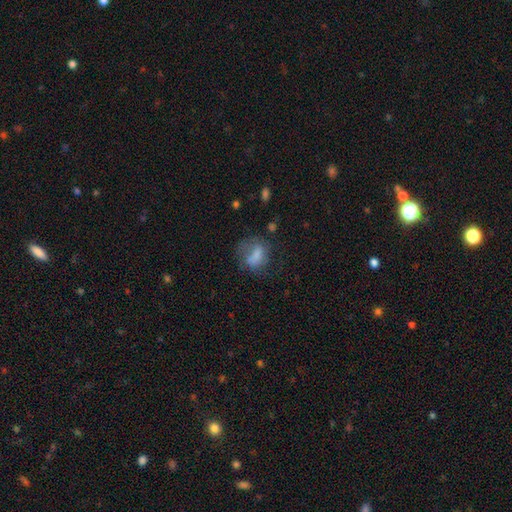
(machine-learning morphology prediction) The model was most divided on "merging": none: 39%, major disturbance: 31%, minor disturbance: 25%, merger: 5%. More confident: how rounded — in between (64%); smooth or featured — smooth (61%).